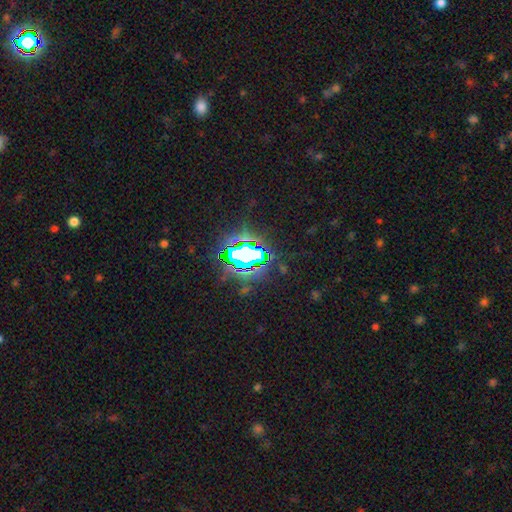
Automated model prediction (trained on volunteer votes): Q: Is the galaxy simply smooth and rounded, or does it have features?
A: star or artifact — 74%.